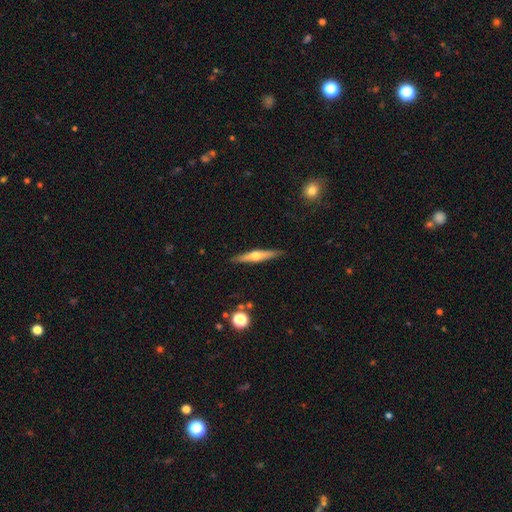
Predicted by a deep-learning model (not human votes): Smooth or featured: featured or disk — 61% (smooth — 33%)
Edge-on disk: yes — 96% (no — 4%)
Edge-on bulge: rounded — 90% (none — 6%)
Merging: none — 88% (minor disturbance — 9%)